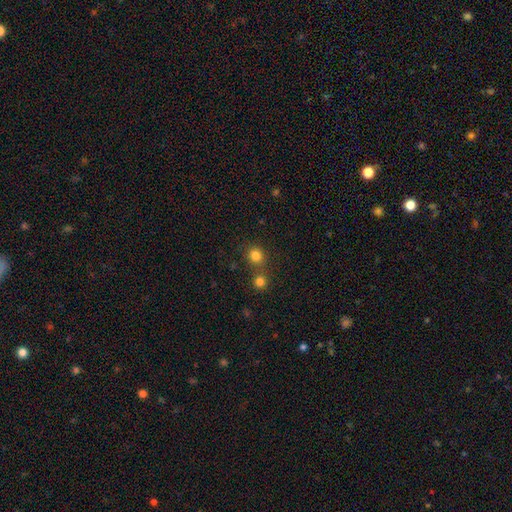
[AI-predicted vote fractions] Morphology: type=smooth (80%); roundness=round (89%); merging=none (71%).